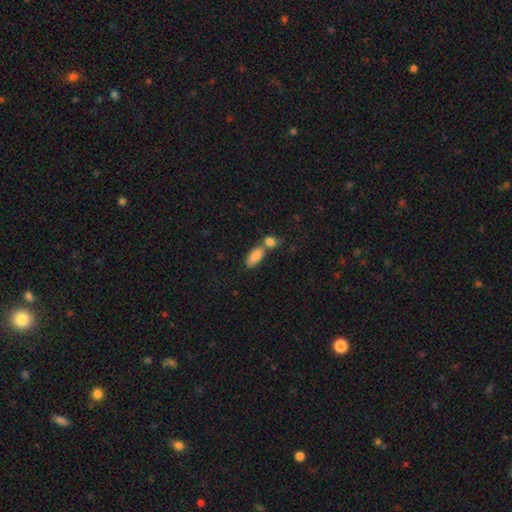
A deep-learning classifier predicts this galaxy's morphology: A smooth galaxy with no disk features (85%) that is in between round and cigar-shaped (85%). Merging: merger (53%).